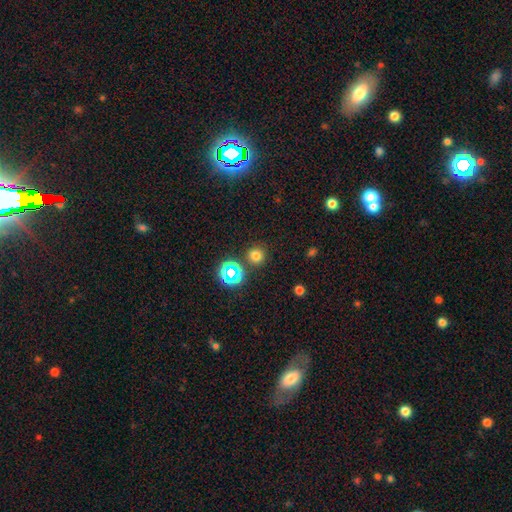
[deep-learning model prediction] This appears to be a smooth galaxy with no disk features (71%) that is round (92%). Merging: none (86%).